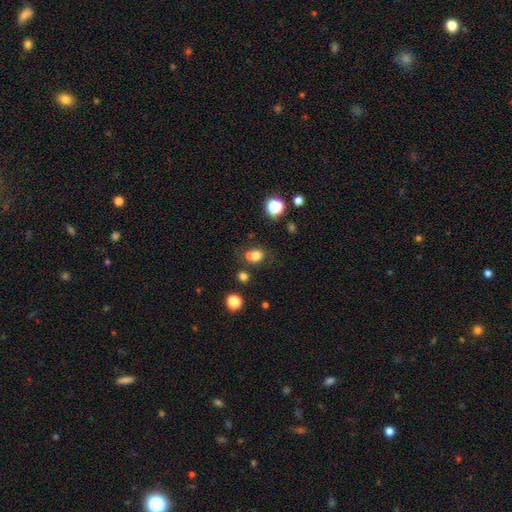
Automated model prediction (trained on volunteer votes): Smooth or featured?
  - smooth: 74% *
  - star or artifact: 16%
  - featured or disk: 10%
How rounded?
  - round: 74% *
  - in between: 25%
  - cigar-shaped: 1%
Merging?
  - none: 48% *
  - merger: 37%
  - minor disturbance: 10%
  - major disturbance: 5%